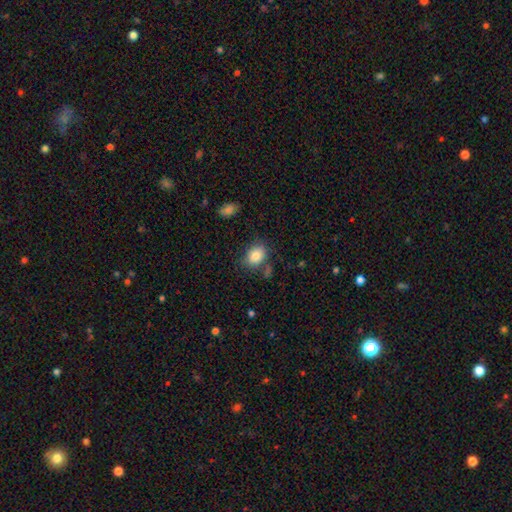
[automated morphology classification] Overall: smooth (83%). How rounded: in between (63%; round 36%). Merging: none (71%).